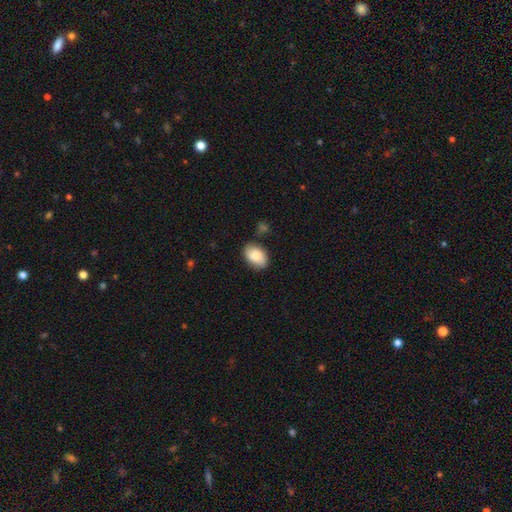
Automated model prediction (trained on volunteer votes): This is likely a smooth galaxy (80%). How rounded: clearly in between (88%). Merging: likely none (74%).